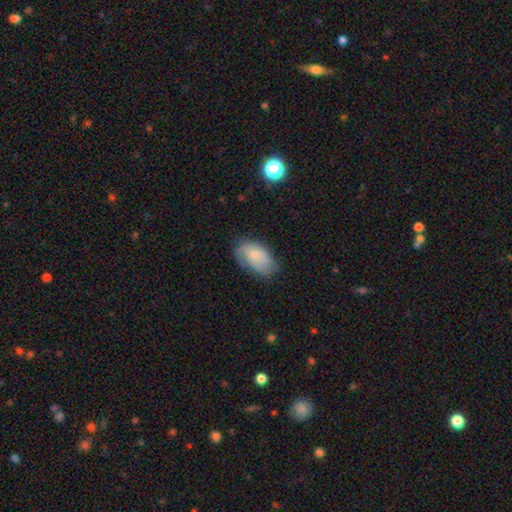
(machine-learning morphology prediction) This is possibly a smooth galaxy (53%). How rounded: clearly in between (91%). Merging: likely none (61%).